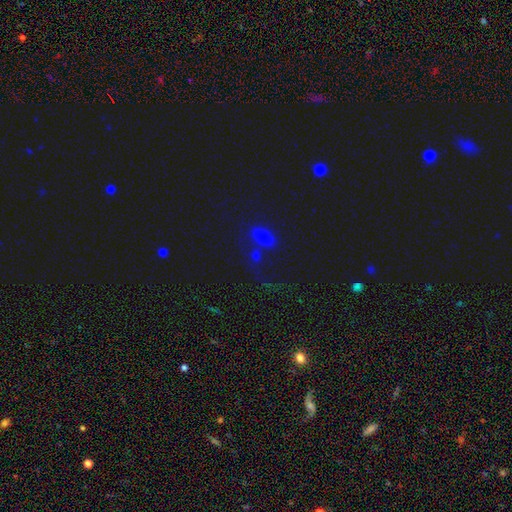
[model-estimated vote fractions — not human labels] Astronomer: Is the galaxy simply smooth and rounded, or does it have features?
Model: smooth — 66%.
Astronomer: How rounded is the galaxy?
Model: in between — 72%.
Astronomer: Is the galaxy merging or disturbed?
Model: none — 68%.